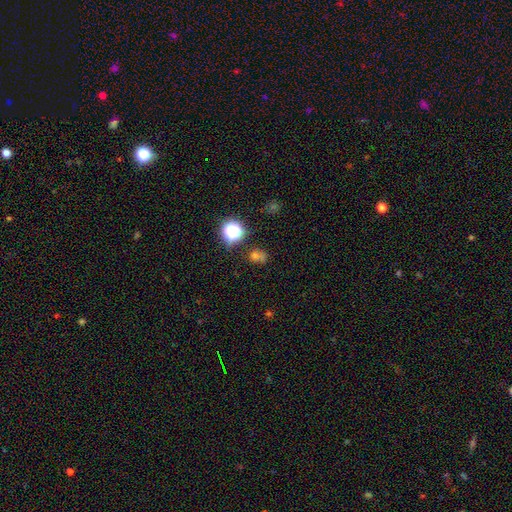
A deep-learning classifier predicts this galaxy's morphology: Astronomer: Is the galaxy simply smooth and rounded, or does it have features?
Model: smooth — 54% (runner-up: star or artifact, 37%).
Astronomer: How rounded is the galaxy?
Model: round — 70%.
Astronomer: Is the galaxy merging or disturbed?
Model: none — 70%.